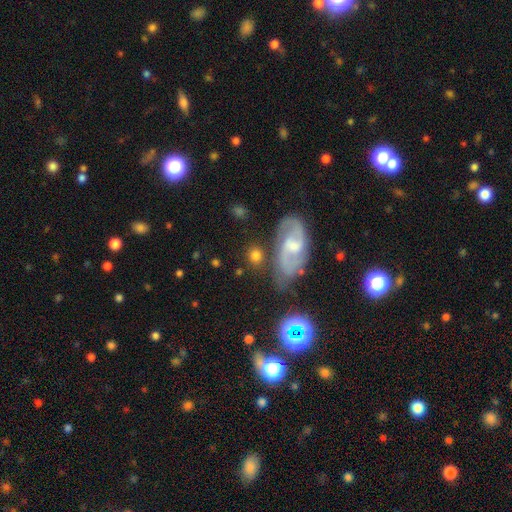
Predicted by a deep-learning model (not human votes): Smooth or featured: smooth — 66% (featured or disk — 25%)
How rounded: round — 65% (in between — 31%)
Merging: none — 70% (minor disturbance — 14%)